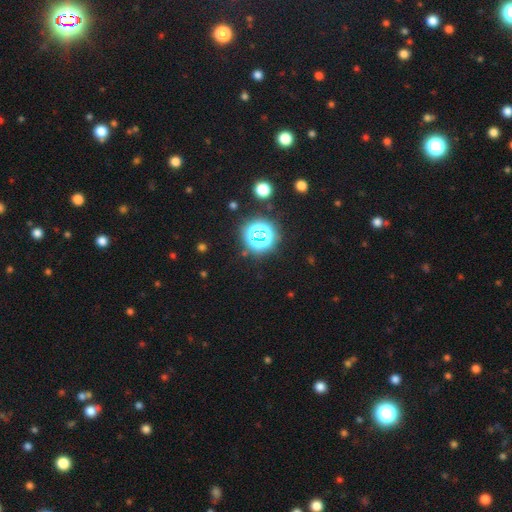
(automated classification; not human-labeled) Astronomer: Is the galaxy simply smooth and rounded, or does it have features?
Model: star or artifact — 80%.